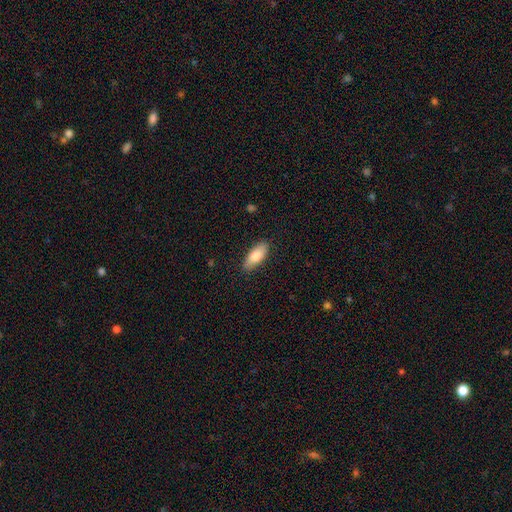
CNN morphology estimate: This is clearly a smooth galaxy (81%). How rounded: likely in between (79%). Merging: clearly none (86%).